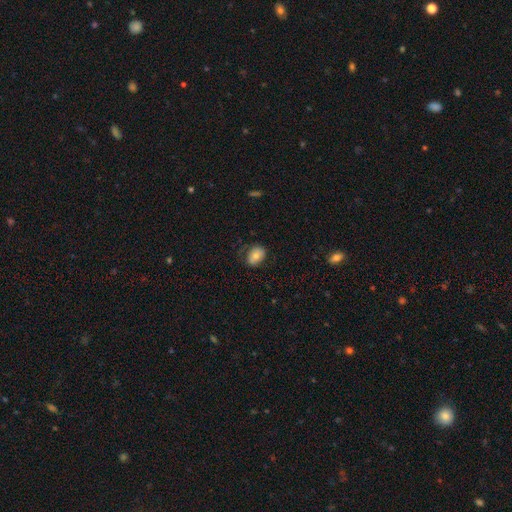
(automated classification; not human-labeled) Smooth or featured?
  - smooth: 69% *
  - featured or disk: 22%
  - star or artifact: 9%
How rounded?
  - in between: 62% *
  - round: 37%
  - cigar-shaped: 1%
Merging?
  - none: 66% *
  - minor disturbance: 23%
  - major disturbance: 10%
  - merger: 1%